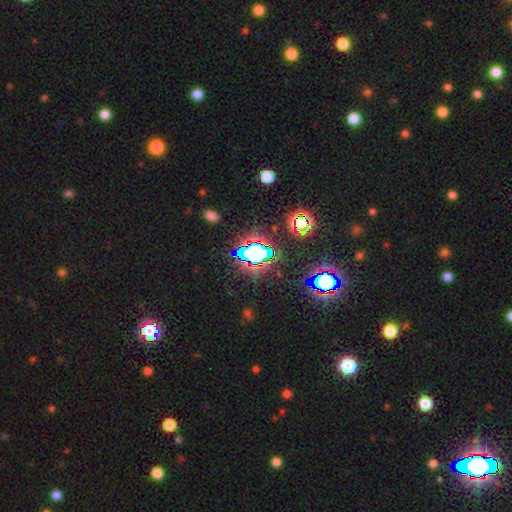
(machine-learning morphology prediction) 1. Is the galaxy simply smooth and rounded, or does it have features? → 72% star or artifact, 18% smooth, 10% featured or disk.